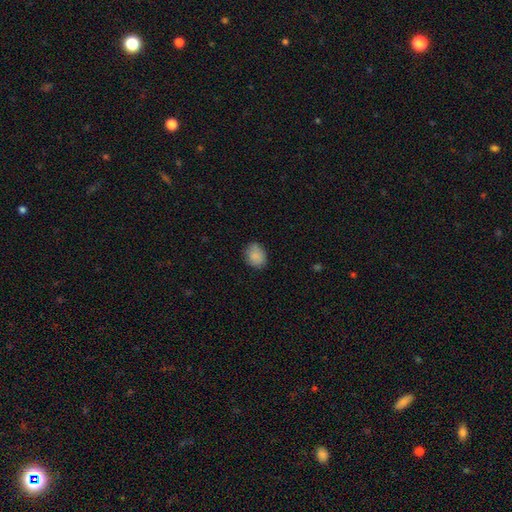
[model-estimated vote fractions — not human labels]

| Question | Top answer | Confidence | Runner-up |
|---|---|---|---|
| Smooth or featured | smooth | 86% | star or artifact (8%) |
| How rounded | in between | 51% | round (48%) |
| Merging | none | 80% | minor disturbance (16%) |